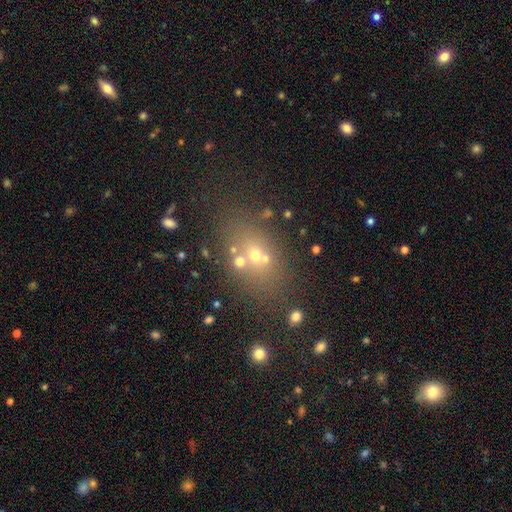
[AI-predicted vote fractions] Smooth or featured? Predicted: smooth (p=0.50). Merging? Predicted: none (p=0.56).